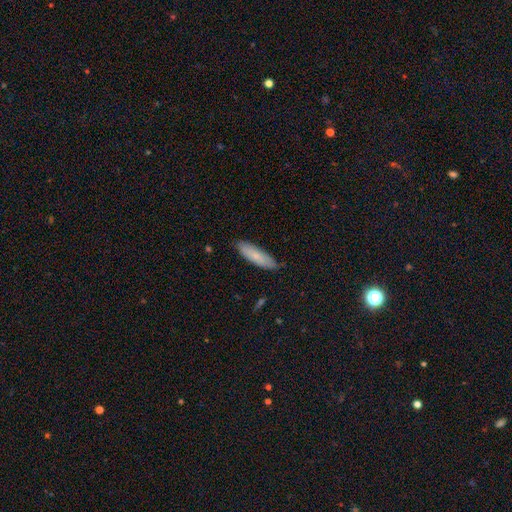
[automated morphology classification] smooth-or-featured: smooth: 78% | featured or disk: 17% | star or artifact: 6%
  how-rounded: cigar-shaped: 59% | in between: 39% | round: 1%
  merging: none: 80% | minor disturbance: 16% | major disturbance: 2% | merger: 1%